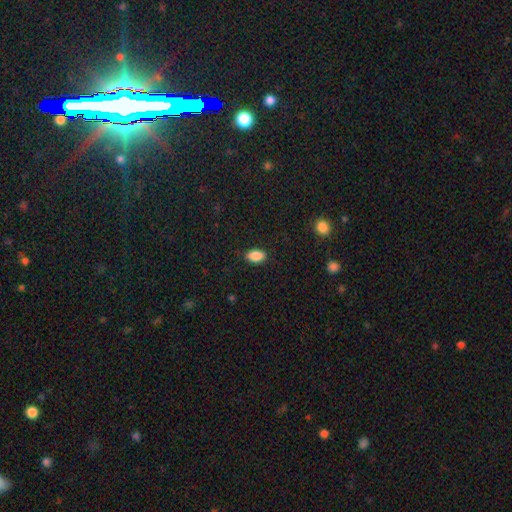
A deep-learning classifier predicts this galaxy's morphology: Smooth or featured: smooth — 88% (star or artifact — 8%)
How rounded: in between — 91% (round — 7%)
Merging: none — 87% (minor disturbance — 10%)